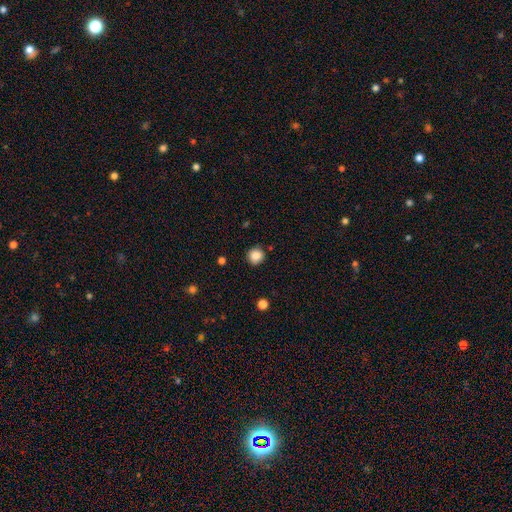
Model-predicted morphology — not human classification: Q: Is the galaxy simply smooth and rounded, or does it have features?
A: smooth — 86%.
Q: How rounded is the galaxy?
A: round — 93%.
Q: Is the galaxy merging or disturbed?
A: none — 88%.